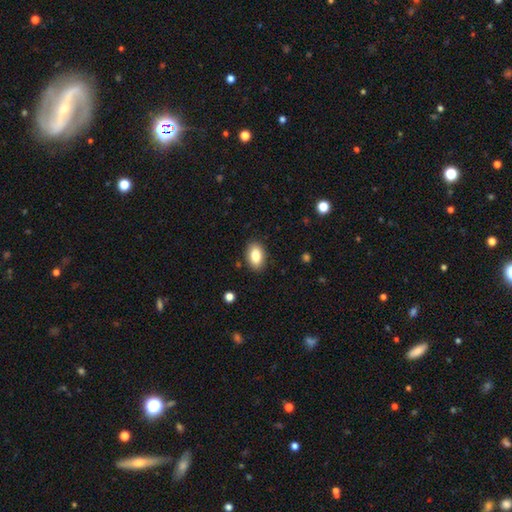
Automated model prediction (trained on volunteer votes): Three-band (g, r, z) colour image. It shows a smooth galaxy with no disk features (84%) that is in between round and cigar-shaped (90%). Merging: none (88%).